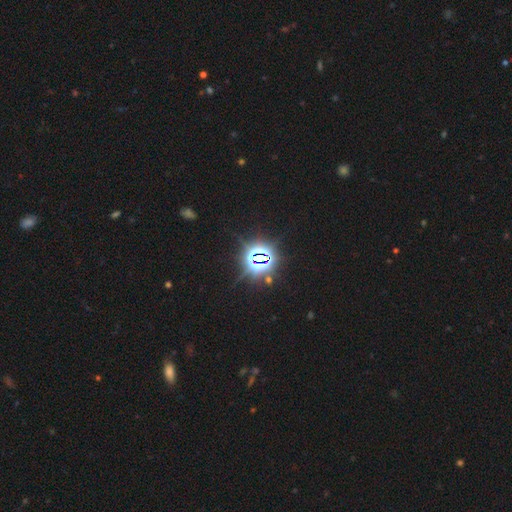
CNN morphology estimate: Q: Smooth or featured?
A: star or artifact (83%); runner-up: smooth (9%)